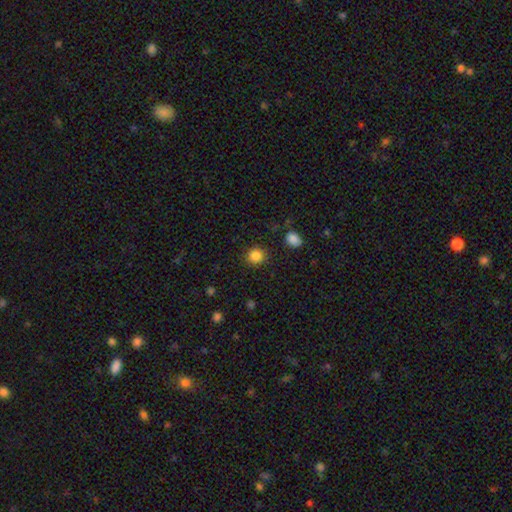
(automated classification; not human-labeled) This appears to be a smooth galaxy with no disk features (85%) that is round (88%). Merging: none (89%).